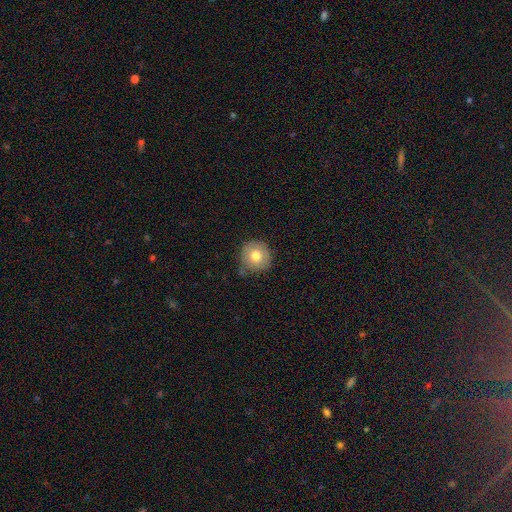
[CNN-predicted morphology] This is likely a smooth galaxy (77%). How rounded: clearly round (93%). Merging: likely none (76%).